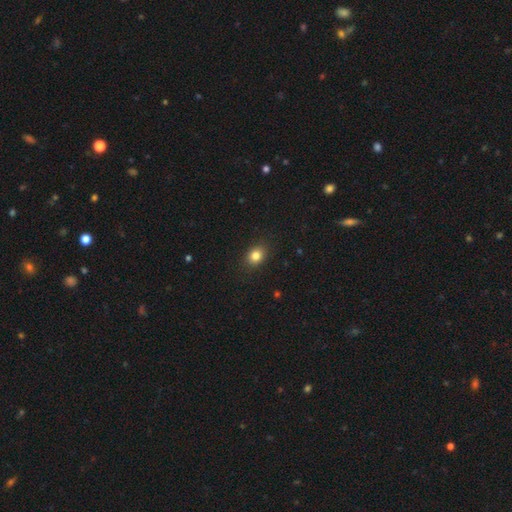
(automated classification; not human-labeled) This appears to be a smooth galaxy with no disk features (83%) that is in between round and cigar-shaped (51%). Merging: none (88%).